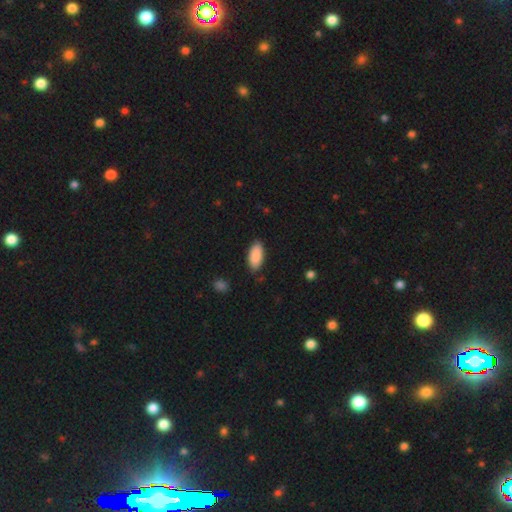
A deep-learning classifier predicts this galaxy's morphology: The model was most divided on "merging": none: 86%, minor disturbance: 11%, major disturbance: 2%, merger: 1%. More confident: how rounded — in between (90%); smooth or featured — smooth (89%).